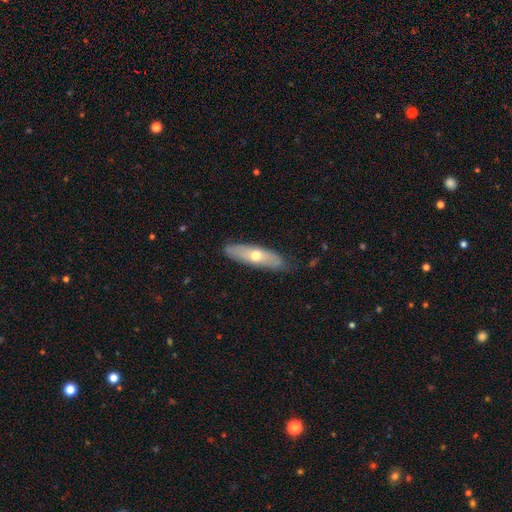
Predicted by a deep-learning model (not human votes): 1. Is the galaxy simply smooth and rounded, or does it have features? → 49% smooth, 44% featured or disk, 6% star or artifact.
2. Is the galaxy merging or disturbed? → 81% none, 15% minor disturbance, 3% major disturbance, 1% merger.